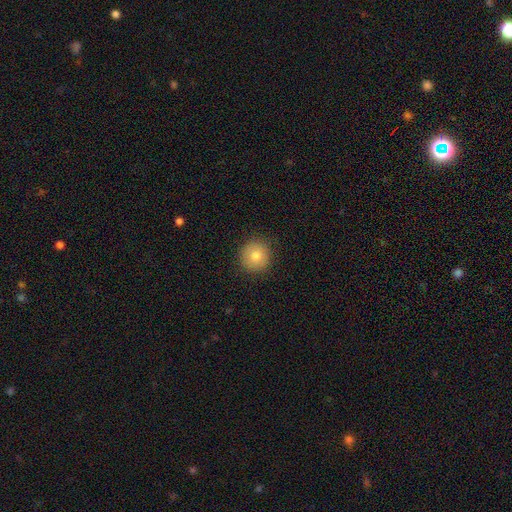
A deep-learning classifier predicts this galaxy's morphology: This is likely a smooth galaxy (79%). How rounded: clearly round (94%). Merging: clearly none (89%).